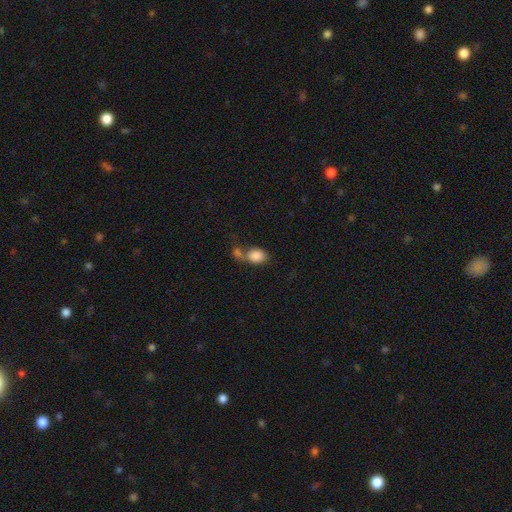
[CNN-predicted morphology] smooth_or_featured: smooth (p=0.85) [alt: star or artifact p=0.08]
how_rounded: in between (p=0.65) [alt: round p=0.33]
merging: merger (p=0.49) [alt: none p=0.31]